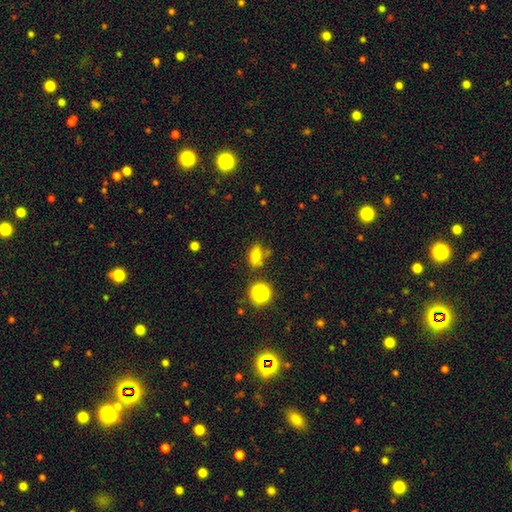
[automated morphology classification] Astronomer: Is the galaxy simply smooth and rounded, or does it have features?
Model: smooth — 72%.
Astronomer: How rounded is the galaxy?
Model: in between — 74%.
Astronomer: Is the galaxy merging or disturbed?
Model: none — 71%.